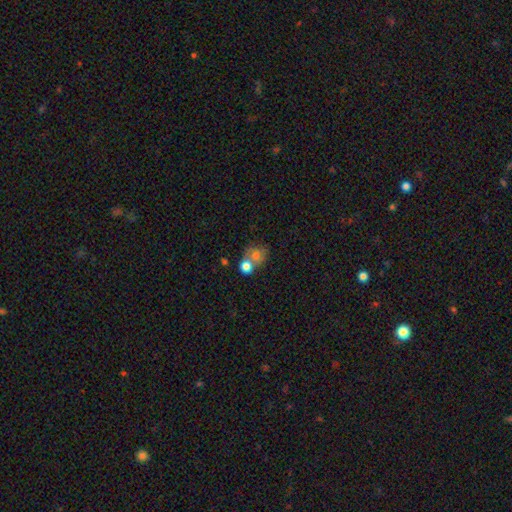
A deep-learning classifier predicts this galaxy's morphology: type=smooth (69%); roundness=round (65%); merging=merger (49%).